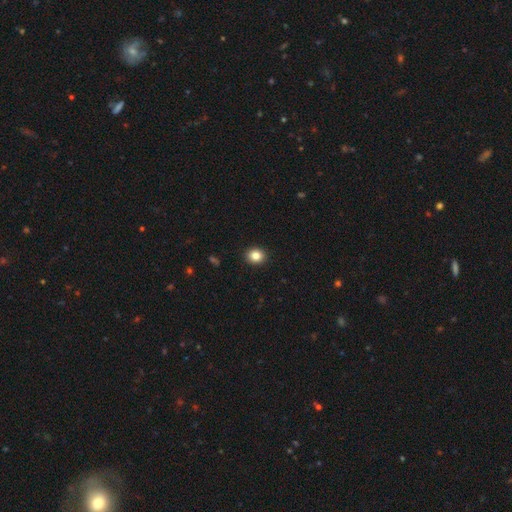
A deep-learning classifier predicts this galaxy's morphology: This is clearly a smooth galaxy (84%). How rounded: likely round (73%). Merging: clearly none (92%).